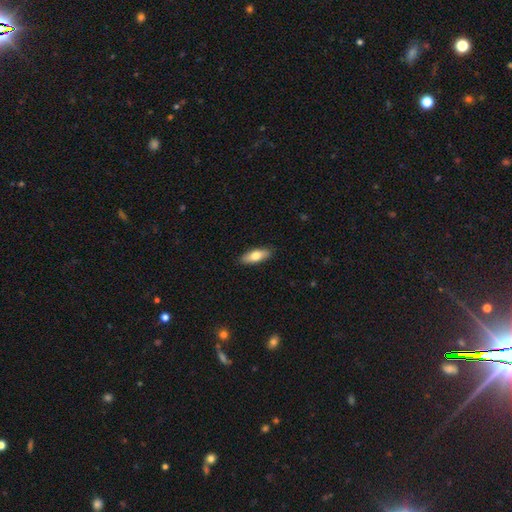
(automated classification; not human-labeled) Overall: smooth (74%). How rounded: in between (68%; cigar-shaped 30%). Merging: none (89%).